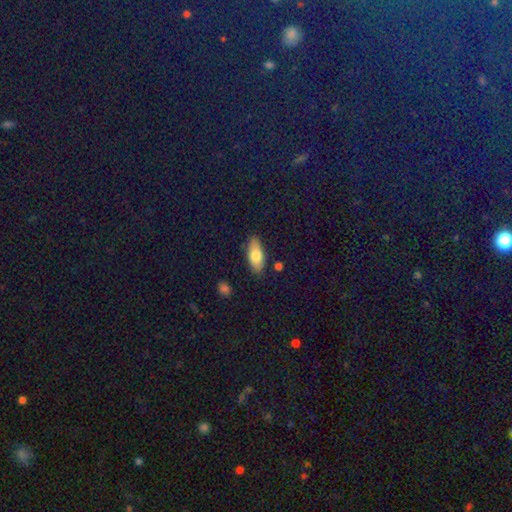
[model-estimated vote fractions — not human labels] The model was most divided on "smooth or featured": smooth: 74%, featured or disk: 19%, star or artifact: 7%. More confident: merging — none (85%); how rounded — in between (82%).